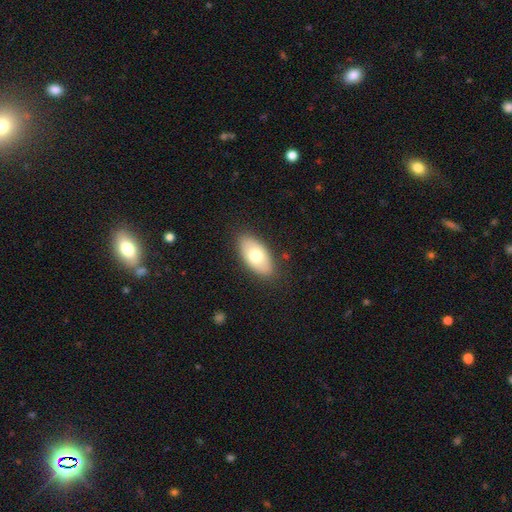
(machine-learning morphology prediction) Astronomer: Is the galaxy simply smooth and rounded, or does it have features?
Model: smooth — 70%.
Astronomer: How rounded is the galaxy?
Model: in between — 93%.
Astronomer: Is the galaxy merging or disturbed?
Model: none — 86%.